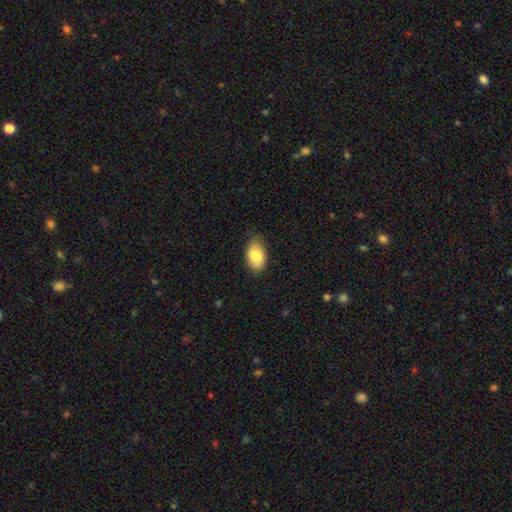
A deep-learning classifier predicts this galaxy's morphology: This is clearly a smooth galaxy (84%). How rounded: clearly in between (91%). Merging: likely none (77%).